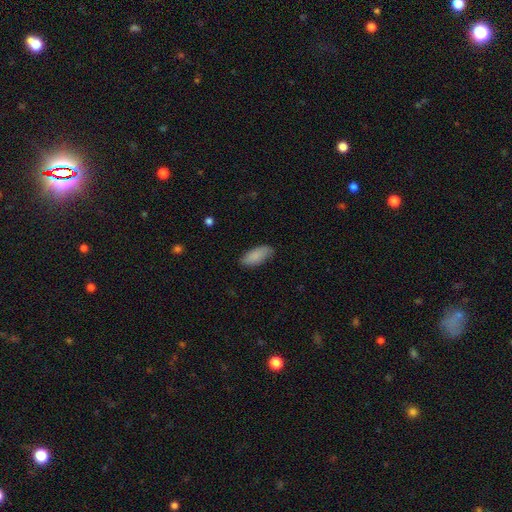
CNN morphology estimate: This appears to be a smooth galaxy with no disk features (87%) that is in between round and cigar-shaped (84%). Merging: none (83%).